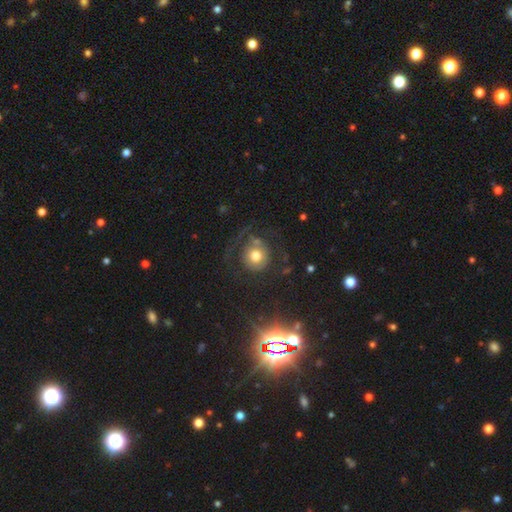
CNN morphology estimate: Smooth or featured: smooth — 57% (featured or disk — 31%)
How rounded: round — 90% (in between — 9%)
Merging: none — 56% (major disturbance — 24%)